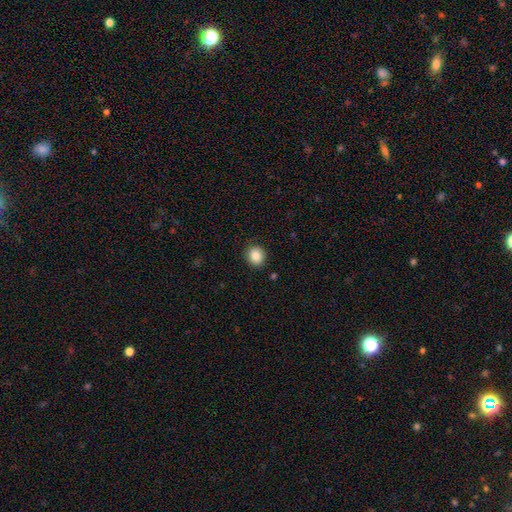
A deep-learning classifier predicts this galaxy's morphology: smooth-or-featured: smooth: 87% | star or artifact: 9% | featured or disk: 4%
  how-rounded: round: 80% | in between: 19% | cigar-shaped: 1%
  merging: none: 89% | minor disturbance: 8% | major disturbance: 2% | merger: 1%